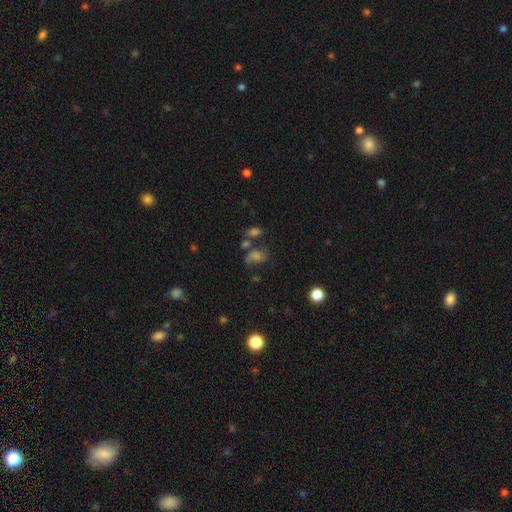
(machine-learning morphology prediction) Smooth or featured: smooth — 39% (featured or disk — 35%)
Merging: none — 47% (merger — 19%)